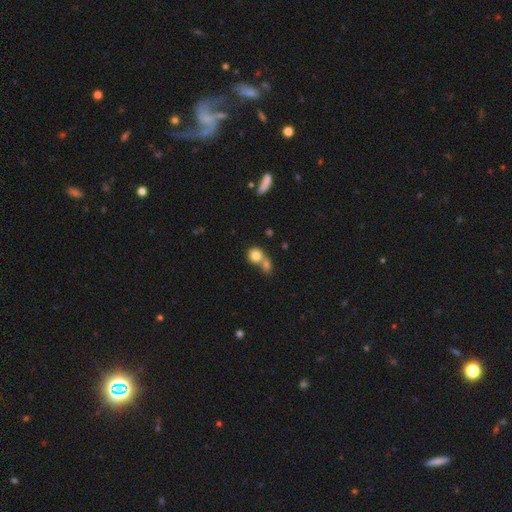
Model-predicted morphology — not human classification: A smooth galaxy with no disk features (80%) that is round (81%).

Vote fractions:
- Smooth or featured? smooth: 80% / featured or disk: 10% / star or artifact: 9%
- How rounded? round: 81% / in between: 17% / cigar-shaped: 1%
- Merging? merger: 55% / none: 34% / minor disturbance: 7% / major disturbance: 4%